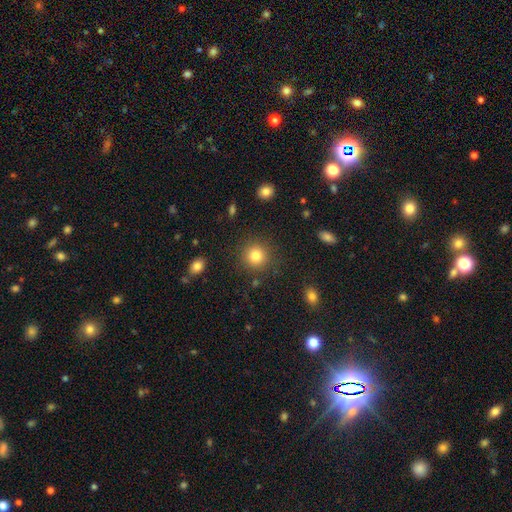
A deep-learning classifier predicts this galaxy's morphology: Smooth or featured? smooth (82%)
How rounded? round (92%)
Merging? none (88%)